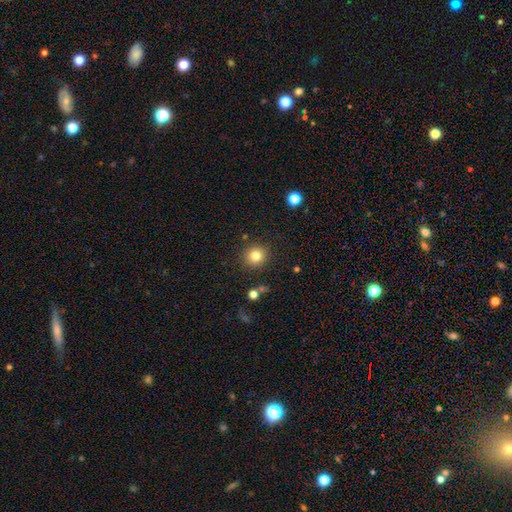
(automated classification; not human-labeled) A smooth galaxy with no disk features (81%) that is round (91%). Merging: none (88%).